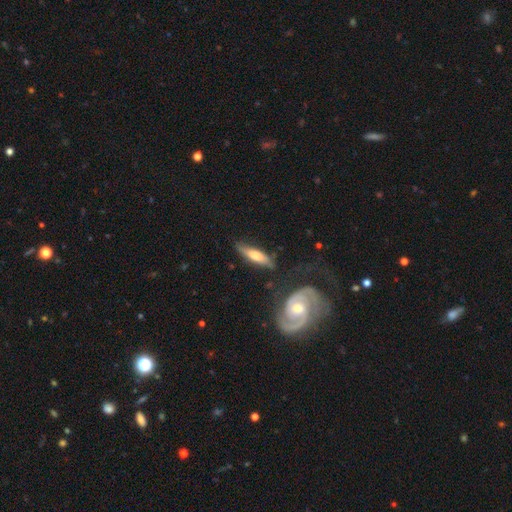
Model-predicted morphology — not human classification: Smooth or featured?
  - smooth: 55% *
  - featured or disk: 39%
  - star or artifact: 6%
How rounded?
  - cigar-shaped: 70% *
  - in between: 28%
  - round: 2%
Merging?
  - none: 67% *
  - minor disturbance: 21%
  - major disturbance: 7%
  - merger: 5%